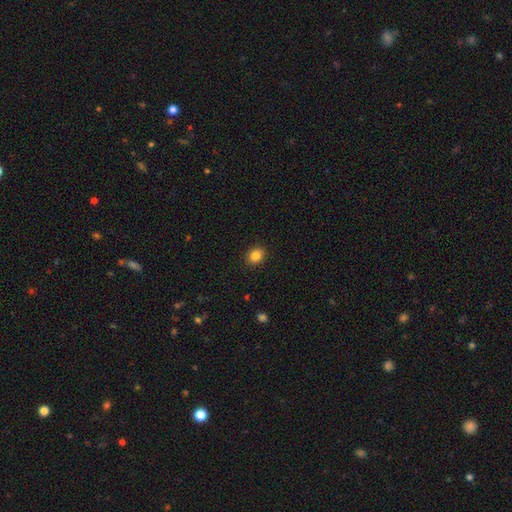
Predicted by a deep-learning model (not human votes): This is clearly a smooth galaxy (85%). How rounded: possibly round (51%). Merging: clearly none (90%).